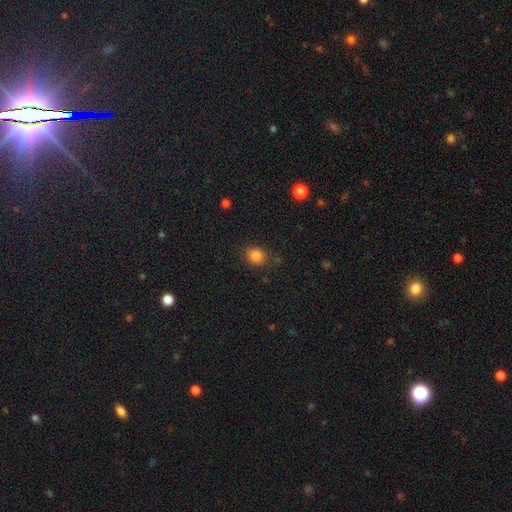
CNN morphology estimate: Smooth or featured: smooth — 84% (star or artifact — 11%)
How rounded: round — 72% (in between — 27%)
Merging: none — 82% (minor disturbance — 13%)